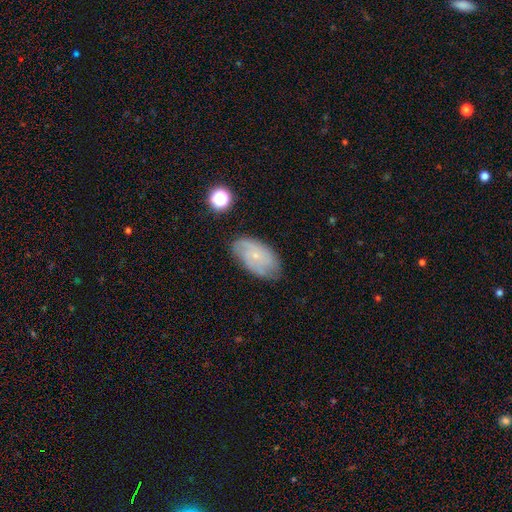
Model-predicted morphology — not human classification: Smooth or featured? Predicted: featured or disk (p=0.61). Edge-on disk? Predicted: no (p=0.95). Bar? Predicted: no (p=0.80). Spiral arms? Predicted: yes (p=0.84). Bulge size? Predicted: small (p=0.81). Merging? Predicted: none (p=0.70).